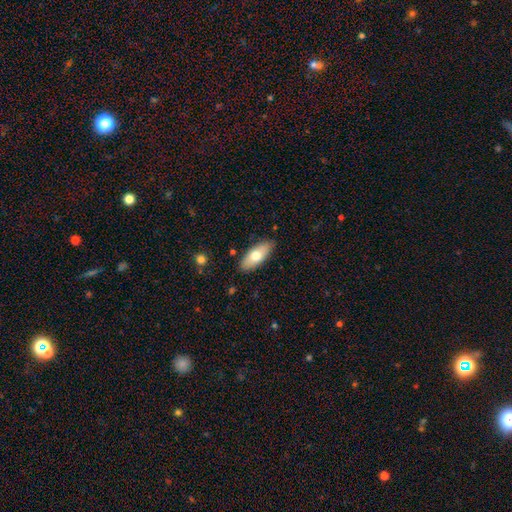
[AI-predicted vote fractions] Morphology: type=smooth (70%); roundness=in between (81%); merging=none (86%).